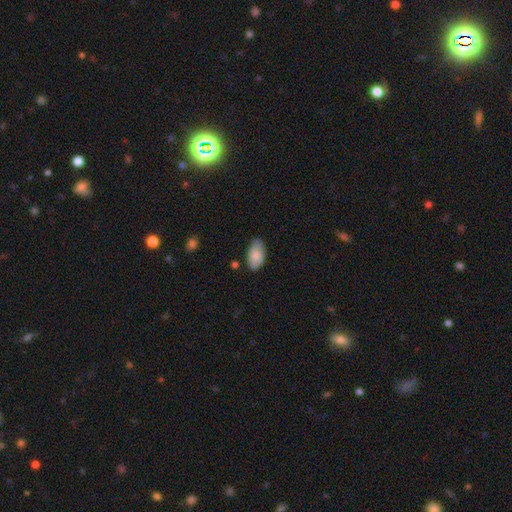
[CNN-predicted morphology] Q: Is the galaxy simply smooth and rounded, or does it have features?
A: smooth — 84%.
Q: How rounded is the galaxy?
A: in between — 95%.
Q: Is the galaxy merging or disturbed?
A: none — 74%.